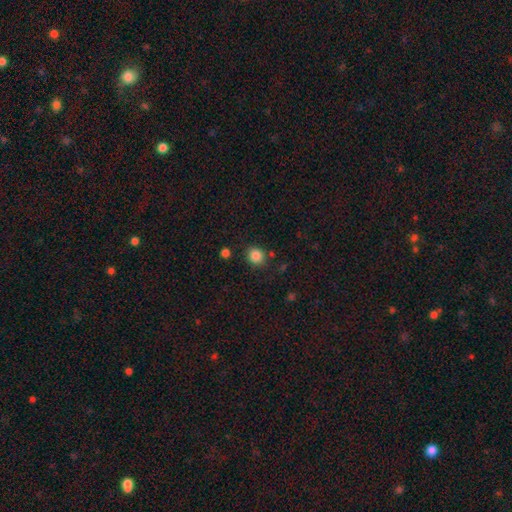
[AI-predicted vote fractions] Smooth or featured? smooth (85%)
How rounded? round (82%)
Merging? none (82%)